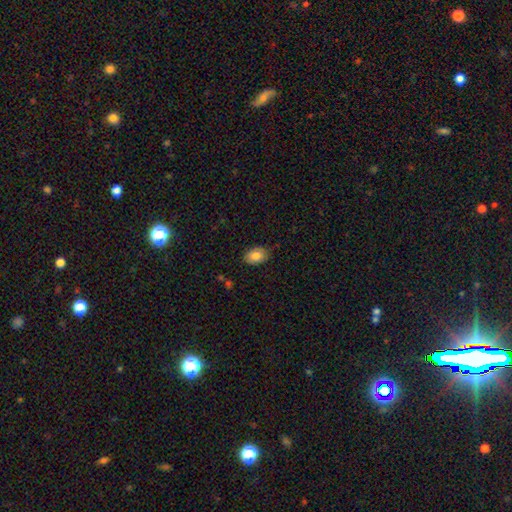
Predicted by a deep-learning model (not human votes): Smooth or featured? smooth (83%)
How rounded? in between (81%)
Merging? none (82%)